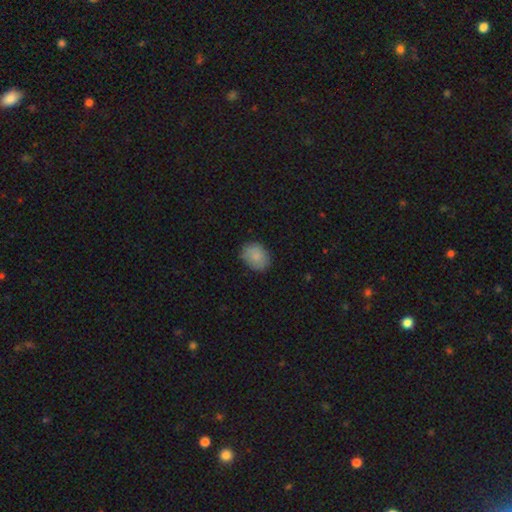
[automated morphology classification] Smooth or featured? Predicted: smooth (p=0.85). How rounded? Predicted: in between (p=0.60). Merging? Predicted: none (p=0.78).